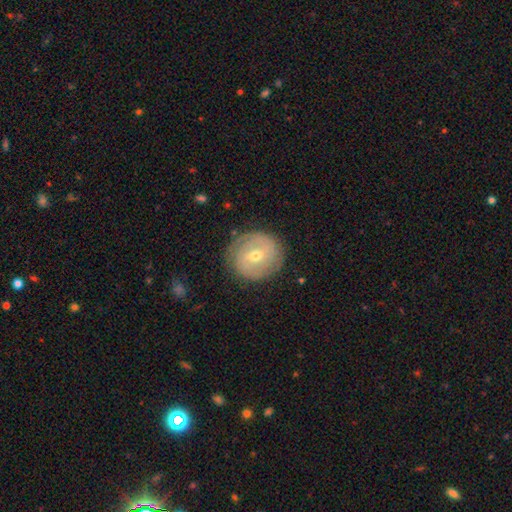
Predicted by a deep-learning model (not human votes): featured or disk 58%, smooth 34%, star or artifact 8%. Down the decision tree: edge-on disk — no (97%); bar — weak (48%); spiral arms — yes (71%); bulge size — small (51%); merging — none (83%).